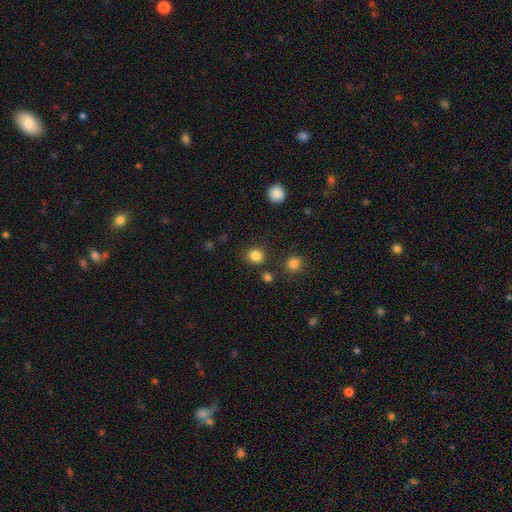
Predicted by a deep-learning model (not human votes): A smooth galaxy with no disk features (84%) that is round (88%). Merging: none (86%).